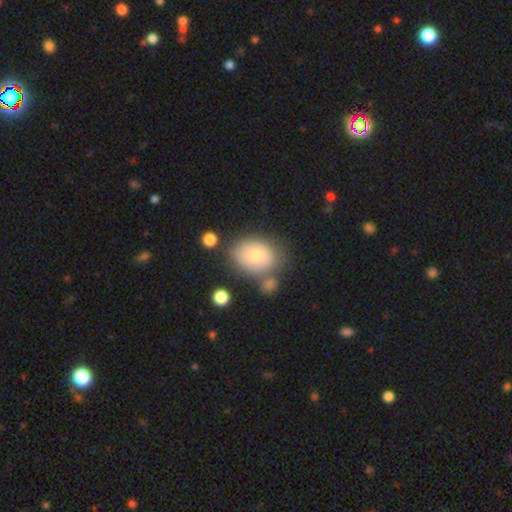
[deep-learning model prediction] Smooth or featured: smooth — 71% (featured or disk — 20%)
How rounded: in between — 61% (round — 38%)
Merging: none — 60% (minor disturbance — 19%)